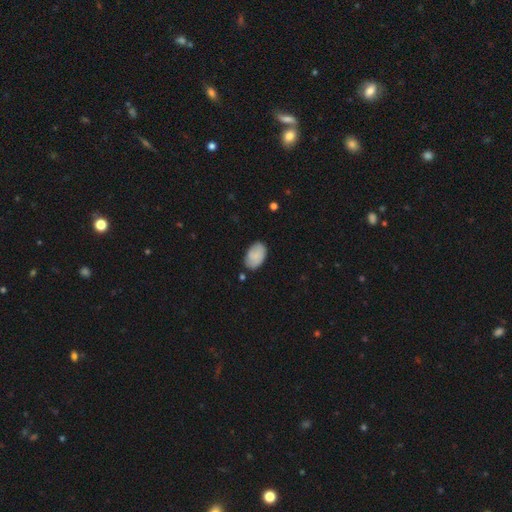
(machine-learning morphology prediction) Overall: smooth (80%). How rounded: in between (92%). Merging: none (78%).